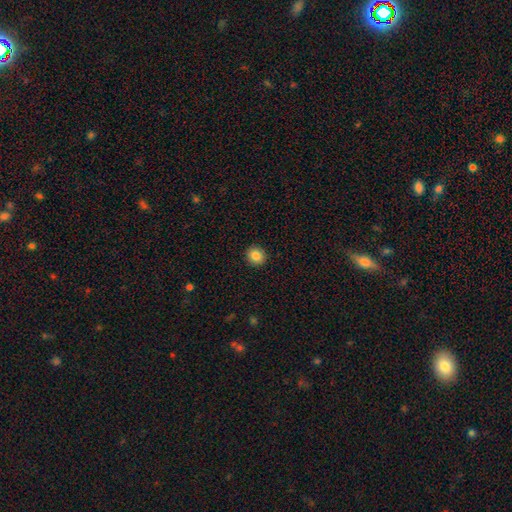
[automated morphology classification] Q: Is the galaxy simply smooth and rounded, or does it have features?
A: smooth — 85%.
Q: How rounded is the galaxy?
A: round — 89%.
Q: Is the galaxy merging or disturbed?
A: none — 93%.